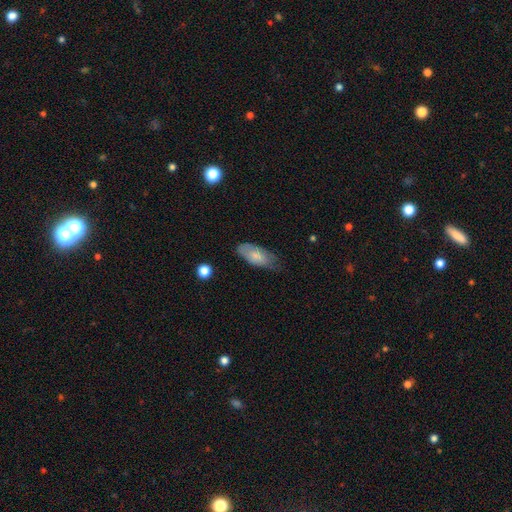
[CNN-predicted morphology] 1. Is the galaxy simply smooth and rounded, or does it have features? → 71% smooth, 22% featured or disk, 6% star or artifact.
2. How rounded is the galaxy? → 89% in between, 9% cigar-shaped, 3% round.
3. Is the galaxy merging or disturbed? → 52% none, 36% minor disturbance, 10% major disturbance, 2% merger.